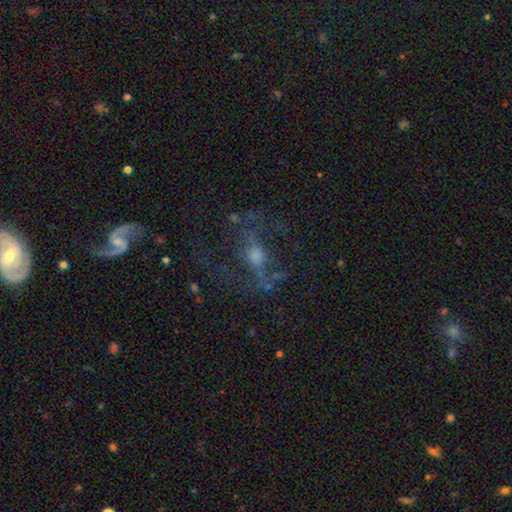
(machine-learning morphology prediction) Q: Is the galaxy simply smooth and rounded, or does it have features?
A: featured or disk — 67%.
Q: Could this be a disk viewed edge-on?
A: no — 84%.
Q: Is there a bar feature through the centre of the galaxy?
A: no — 49%.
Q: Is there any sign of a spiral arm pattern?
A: yes — 58%.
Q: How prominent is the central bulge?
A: moderate — 50%.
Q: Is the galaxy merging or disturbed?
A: none — 59%.